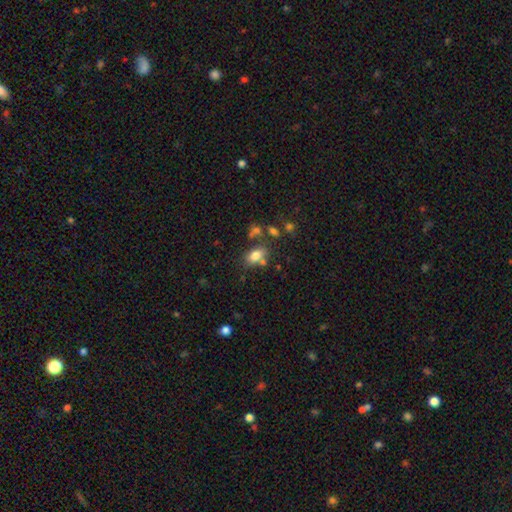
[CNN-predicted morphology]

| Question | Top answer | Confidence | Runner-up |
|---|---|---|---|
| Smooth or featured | smooth | 78% | featured or disk (12%) |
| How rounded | in between | 85% | round (11%) |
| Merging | none | 61% | merger (17%) |